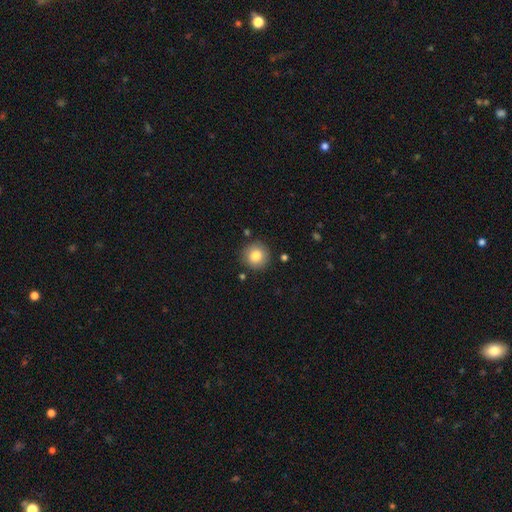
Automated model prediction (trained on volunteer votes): Q: Smooth or featured?
A: smooth (83%); runner-up: star or artifact (9%)
Q: How rounded?
A: round (94%); runner-up: in between (5%)
Q: Merging?
A: none (88%); runner-up: minor disturbance (8%)